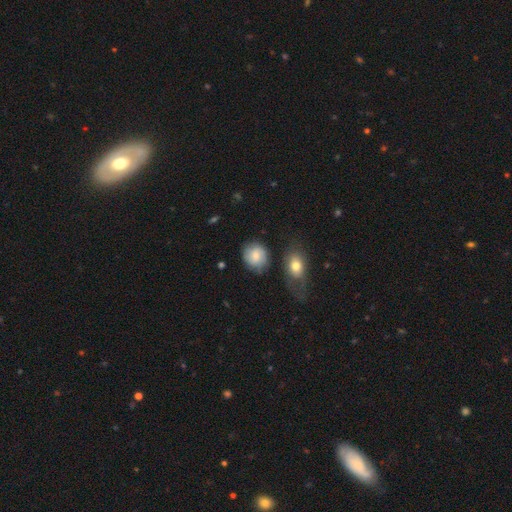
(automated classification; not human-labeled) smooth 76%, featured or disk 17%, star or artifact 7%. Down the decision tree: how rounded — round (77%); merging — none (71%).